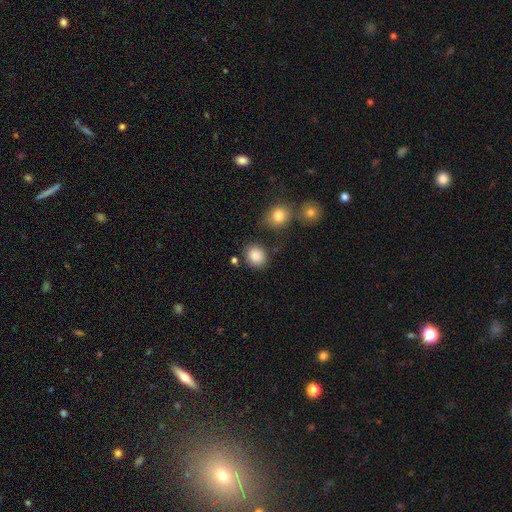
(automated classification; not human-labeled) Q: Smooth or featured?
A: smooth (87%); runner-up: star or artifact (9%)
Q: How rounded?
A: round (72%); runner-up: in between (27%)
Q: Merging?
A: none (80%); runner-up: minor disturbance (11%)